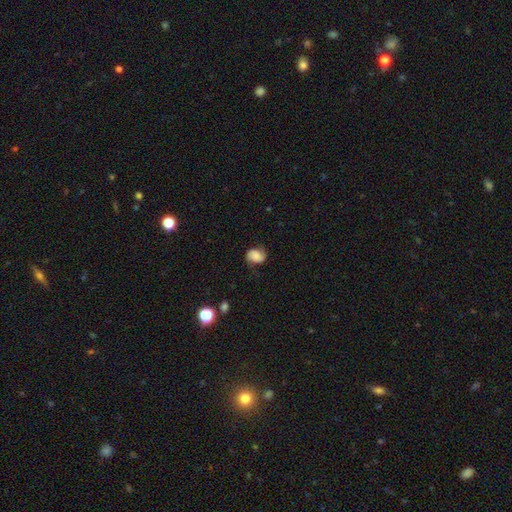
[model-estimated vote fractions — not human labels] The model was most divided on "how rounded": in between: 54%, round: 45%, cigar-shaped: 1%. More confident: merging — none (66%); smooth or featured — smooth (53%).